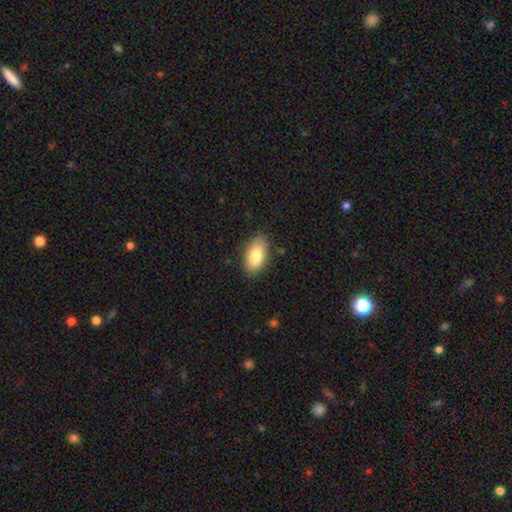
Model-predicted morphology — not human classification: Overall: smooth (82%). How rounded: in between (93%). Merging: none (84%).